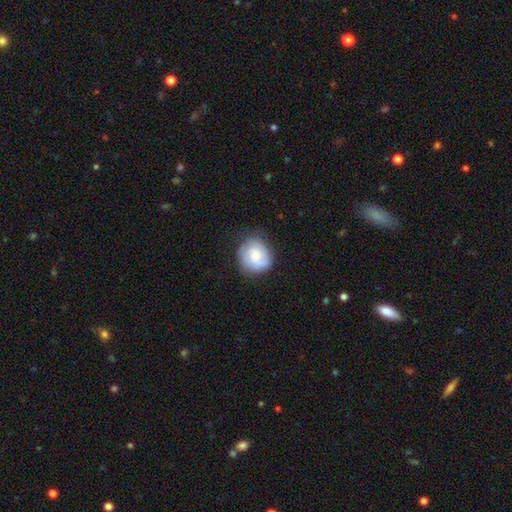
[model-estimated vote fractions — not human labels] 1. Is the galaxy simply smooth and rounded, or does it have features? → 63% smooth, 31% featured or disk, 7% star or artifact.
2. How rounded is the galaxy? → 79% round, 21% in between, 1% cigar-shaped.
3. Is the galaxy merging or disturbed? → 70% none, 22% minor disturbance, 6% major disturbance, 1% merger.